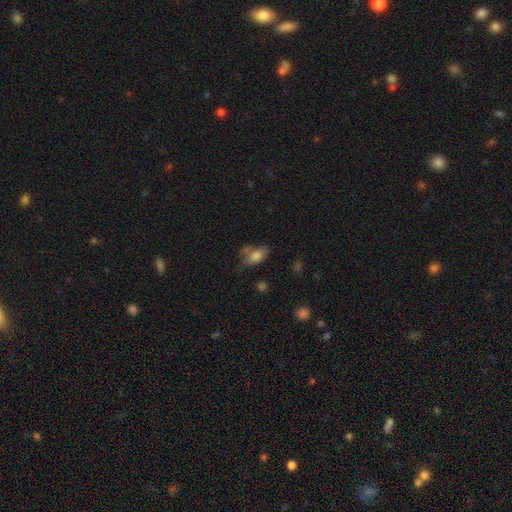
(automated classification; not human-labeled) smooth 77%, featured or disk 15%, star or artifact 9%. Down the decision tree: how rounded — in between (90%); merging — none (44%).